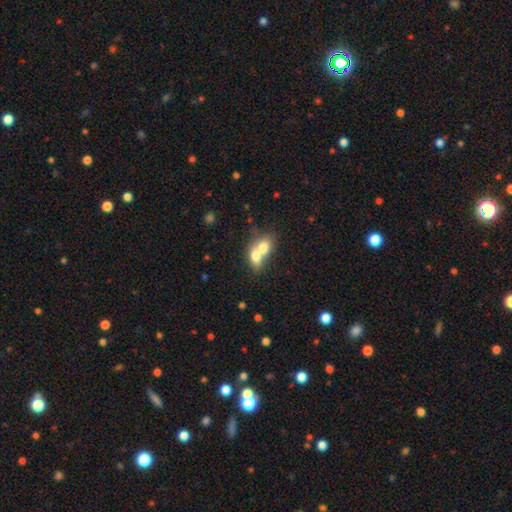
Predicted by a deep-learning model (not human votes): A smooth galaxy with no disk features (68%) that is in between round and cigar-shaped (69%).

Vote fractions:
- Smooth or featured? smooth: 68% / featured or disk: 24% / star or artifact: 8%
- How rounded? in between: 69% / round: 28% / cigar-shaped: 3%
- Merging? merger: 76% / none: 15% / minor disturbance: 5% / major disturbance: 3%